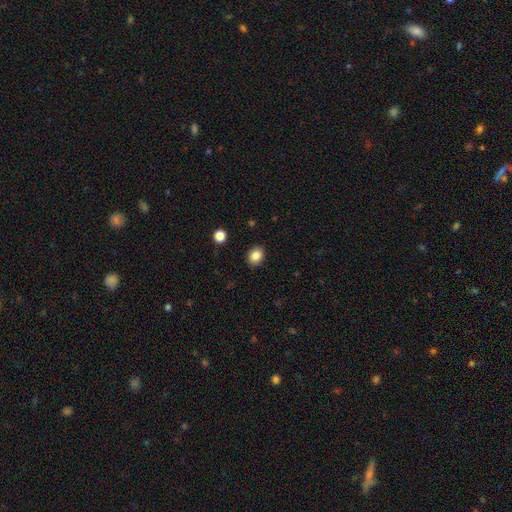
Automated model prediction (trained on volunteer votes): smooth-or-featured: smooth: 85% | star or artifact: 10% | featured or disk: 5%
  how-rounded: round: 50% | in between: 49% | cigar-shaped: 1%
  merging: none: 90% | minor disturbance: 7% | major disturbance: 2% | merger: 1%